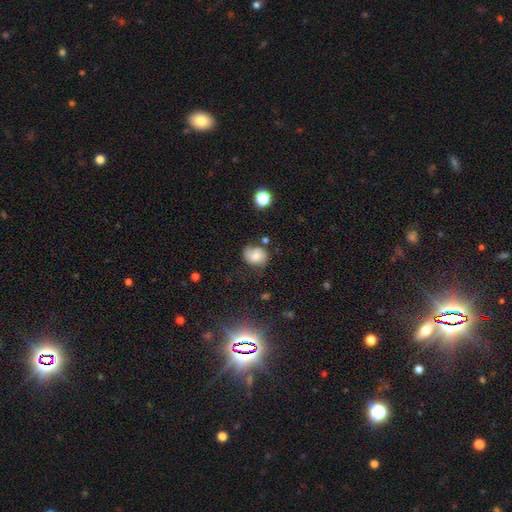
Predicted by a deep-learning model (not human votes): This is possibly a smooth galaxy (50%). Merging: possibly none (59%).